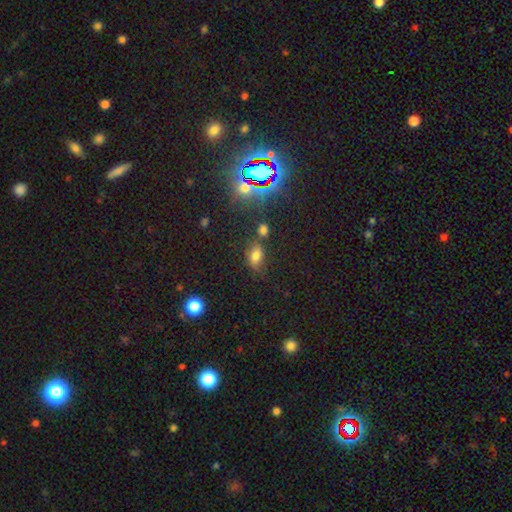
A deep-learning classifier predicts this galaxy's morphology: Overall: smooth (69%). How rounded: in between (82%). Merging: none (62%).